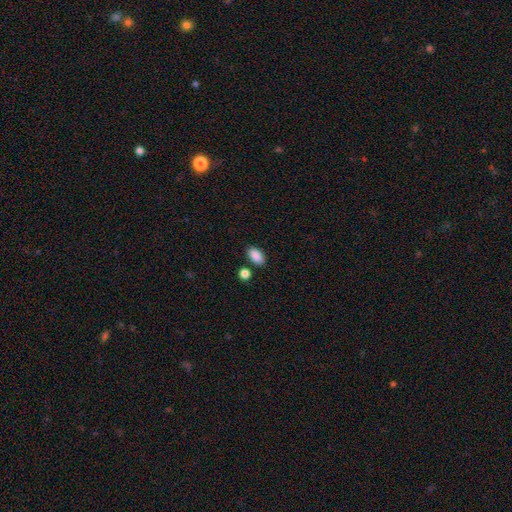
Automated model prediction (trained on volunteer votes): This appears to be a smooth galaxy with no disk features (89%) that is in between round and cigar-shaped (91%). Merging: none (81%).